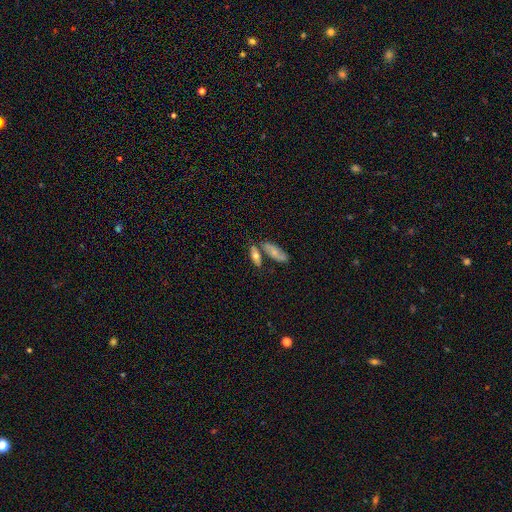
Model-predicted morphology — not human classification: smooth_or_featured: smooth (p=0.63) [alt: featured or disk p=0.30]
how_rounded: in between (p=0.65) [alt: cigar-shaped p=0.31]
merging: none (p=0.55) [alt: merger p=0.28]